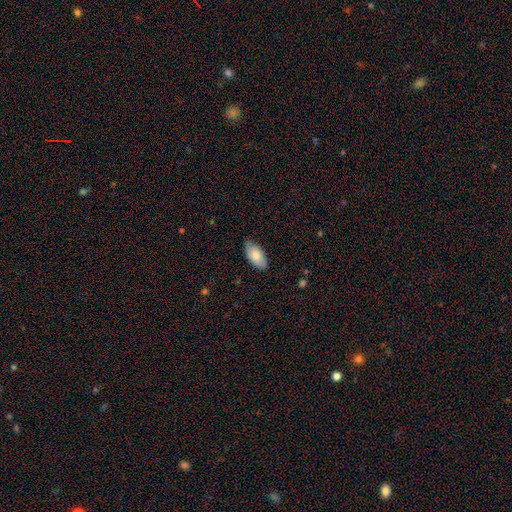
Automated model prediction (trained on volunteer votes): The model was most divided on "merging": none: 76%, minor disturbance: 20%, major disturbance: 3%, merger: 1%. More confident: how rounded — in between (94%); smooth or featured — smooth (80%).